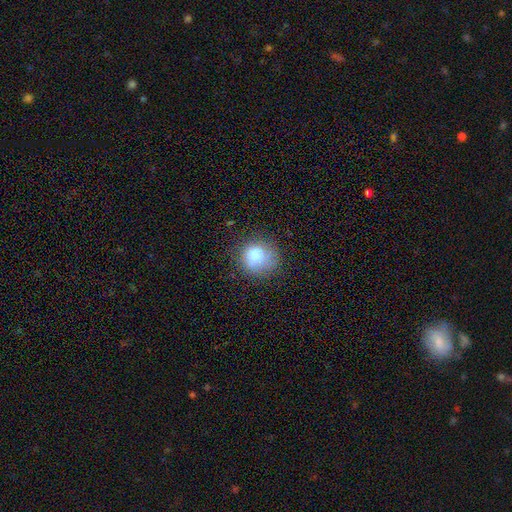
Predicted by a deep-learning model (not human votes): Smooth or featured? Predicted: smooth (p=0.78). How rounded? Predicted: round (p=0.88). Merging? Predicted: none (p=0.67).